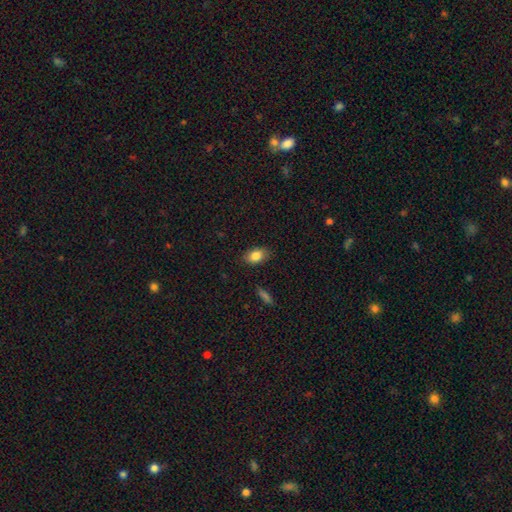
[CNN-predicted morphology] Smooth or featured?
  - smooth: 83% *
  - featured or disk: 9%
  - star or artifact: 8%
How rounded?
  - in between: 85% *
  - round: 12%
  - cigar-shaped: 2%
Merging?
  - none: 84% *
  - minor disturbance: 12%
  - major disturbance: 3%
  - merger: 1%